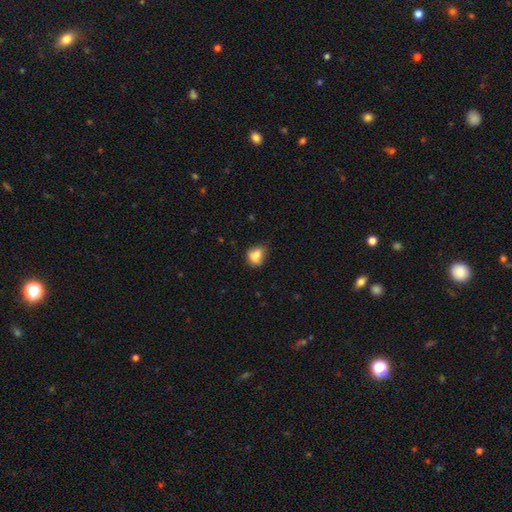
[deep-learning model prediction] Smooth or featured: smooth — 79% (featured or disk — 11%)
How rounded: in between — 52% (round — 46%)
Merging: none — 52% (minor disturbance — 30%)